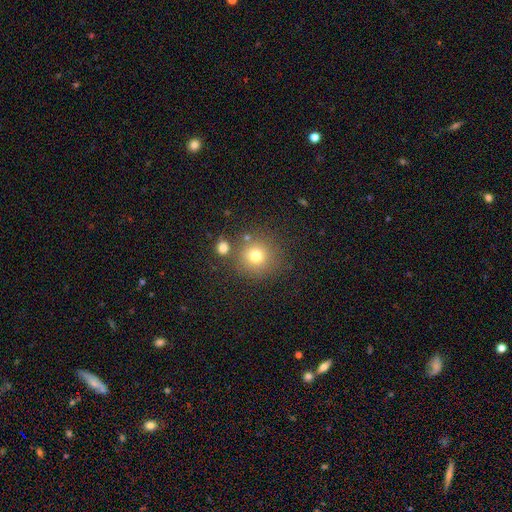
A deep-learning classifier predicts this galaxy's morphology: smooth 74%, star or artifact 16%, featured or disk 10%. Down the decision tree: how rounded — round (93%); merging — none (78%).